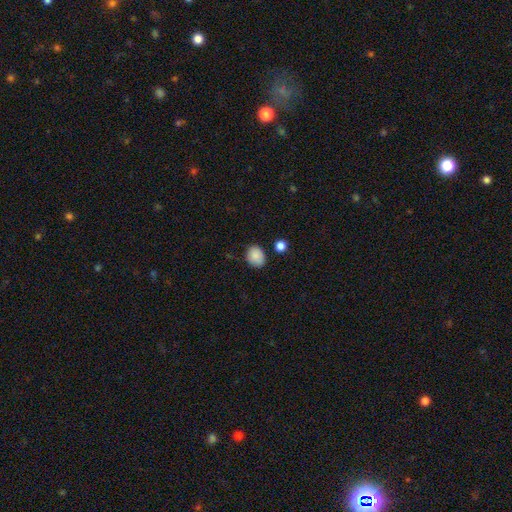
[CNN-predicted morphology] smooth 87%, star or artifact 9%, featured or disk 4%. Down the decision tree: how rounded — round (58%); merging — none (77%).